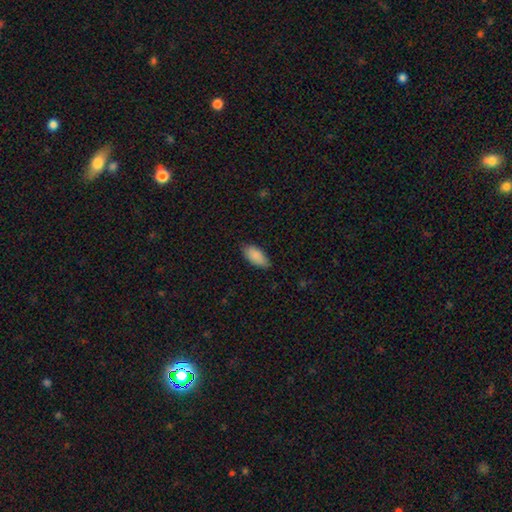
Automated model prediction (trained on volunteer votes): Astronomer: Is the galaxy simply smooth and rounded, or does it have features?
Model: smooth — 89%.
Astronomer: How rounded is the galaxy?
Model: in between — 93%.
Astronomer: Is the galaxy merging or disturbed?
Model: none — 79%.